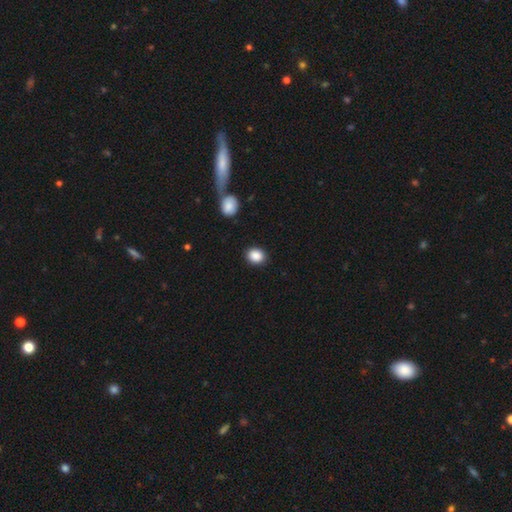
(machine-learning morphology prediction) This appears to be a smooth galaxy with no disk features (88%) that is round (57%). Merging: none (89%).